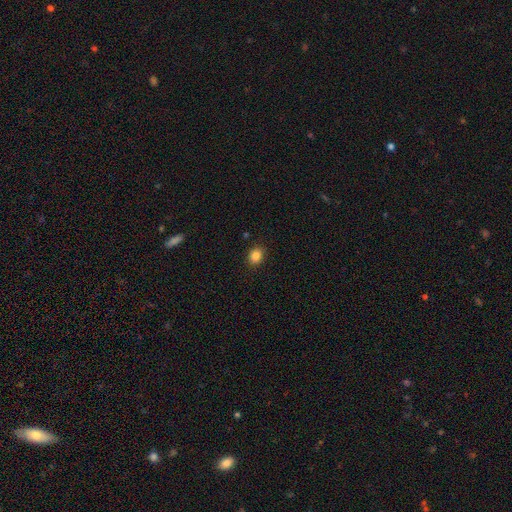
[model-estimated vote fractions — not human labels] Q: Smooth or featured?
A: smooth (85%); runner-up: star or artifact (11%)
Q: How rounded?
A: round (56%); runner-up: in between (43%)
Q: Merging?
A: none (89%); runner-up: minor disturbance (8%)